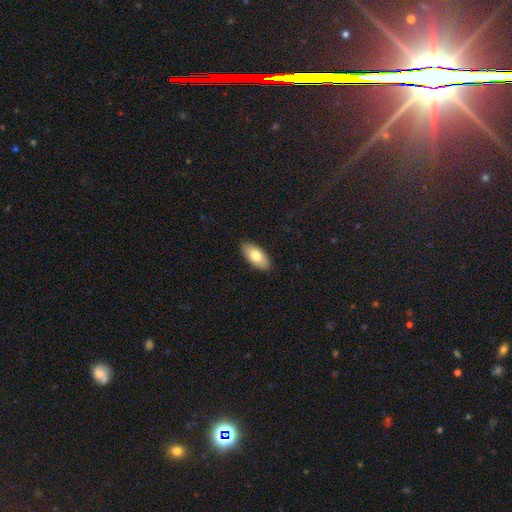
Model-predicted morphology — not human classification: The model was most divided on "smooth or featured": smooth: 77%, featured or disk: 17%, star or artifact: 6%. More confident: how rounded — in between (91%); merging — none (88%).